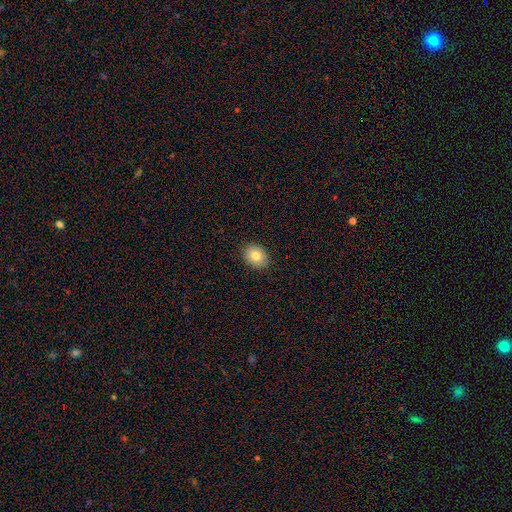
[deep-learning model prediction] The model was most divided on "how rounded": in between: 54%, round: 45%, cigar-shaped: 1%. More confident: merging — none (89%); smooth or featured — smooth (80%).